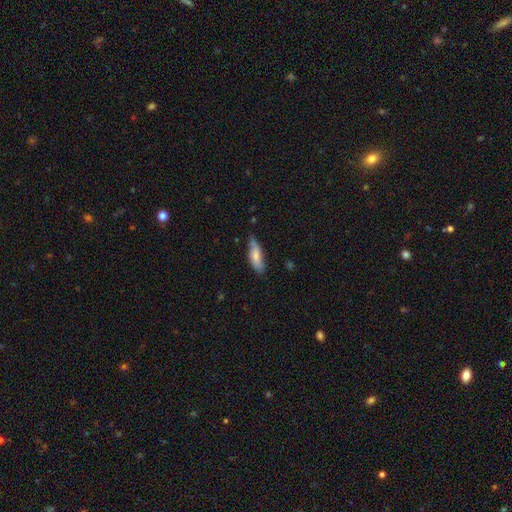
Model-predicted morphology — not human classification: A smooth galaxy with no disk features (72%) that is in between round and cigar-shaped (57%).

Vote fractions:
- Smooth or featured? smooth: 72% / featured or disk: 22% / star or artifact: 6%
- How rounded? in between: 57% / cigar-shaped: 41% / round: 2%
- Merging? none: 64% / minor disturbance: 29% / major disturbance: 5% / merger: 2%